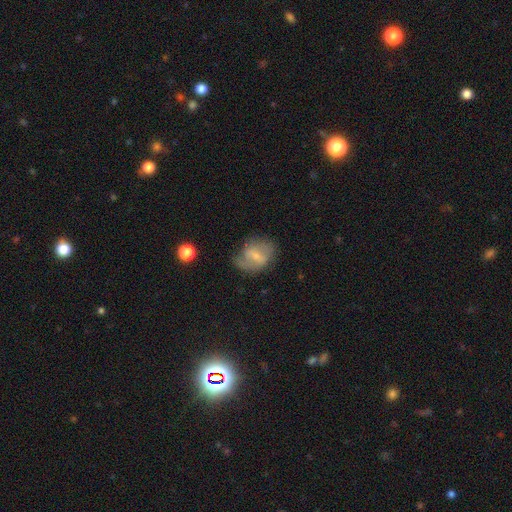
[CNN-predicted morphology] smooth_or_featured: featured or disk (p=0.54) [alt: smooth p=0.38]
disk_edge_on: no (p=0.96) [alt: yes p=0.04]
bar: weak (p=0.50) [alt: no p=0.26]
has_spiral_arms: yes (p=0.69) [alt: no p=0.31]
bulge_size: small (p=0.55) [alt: moderate p=0.31]
merging: none (p=0.51) [alt: minor disturbance p=0.28]